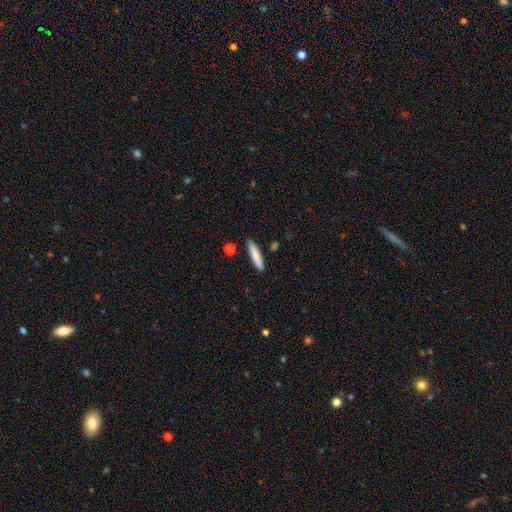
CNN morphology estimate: Smooth or featured?
  - smooth: 82% *
  - featured or disk: 12%
  - star or artifact: 6%
How rounded?
  - cigar-shaped: 86% *
  - in between: 12%
  - round: 1%
Merging?
  - none: 87% *
  - minor disturbance: 8%
  - merger: 3%
  - major disturbance: 2%